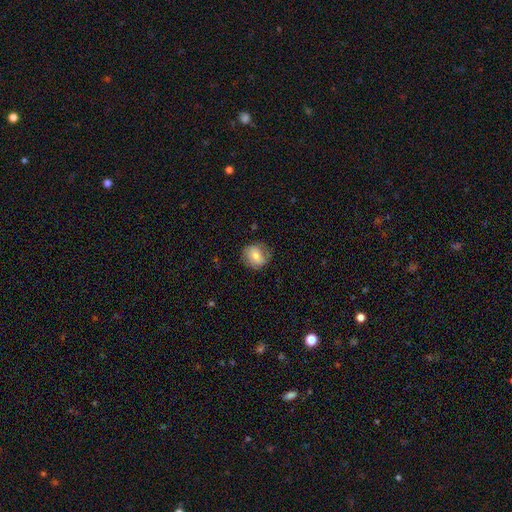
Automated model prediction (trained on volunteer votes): A smooth galaxy with no disk features (69%) that is round (77%).

Vote fractions:
- Smooth or featured? smooth: 69% / featured or disk: 23% / star or artifact: 8%
- How rounded? round: 77% / in between: 22% / cigar-shaped: 1%
- Merging? none: 73% / minor disturbance: 19% / major disturbance: 6% / merger: 1%